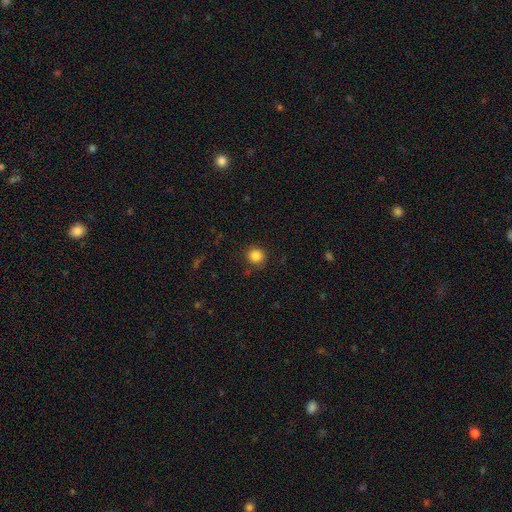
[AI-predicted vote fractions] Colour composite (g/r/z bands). It shows a smooth galaxy with no disk features (85%) that is round (91%). Merging: none (86%).